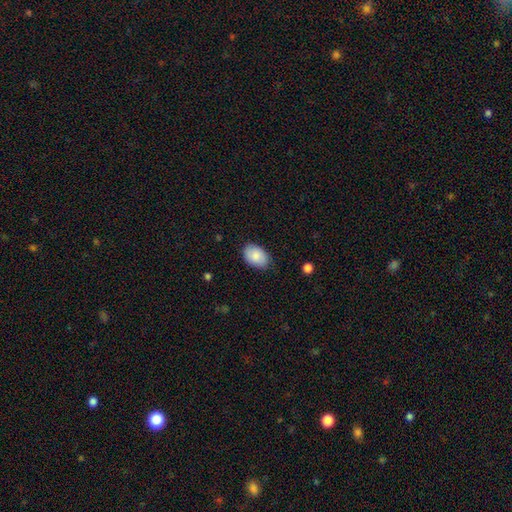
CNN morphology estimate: Overall: smooth (85%). How rounded: in between (88%). Merging: none (81%).